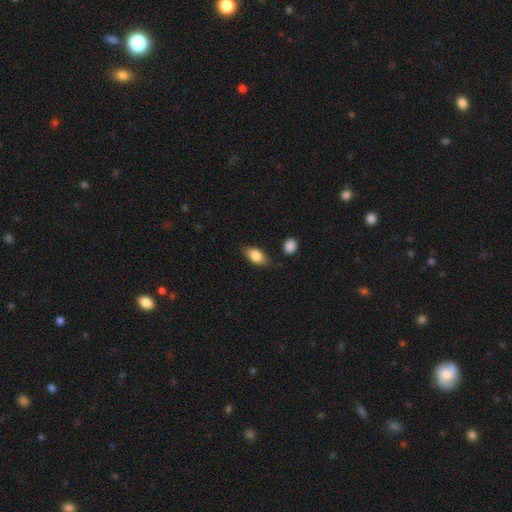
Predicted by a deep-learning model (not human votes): Smooth or featured? smooth (78%)
How rounded? in between (85%)
Merging? none (74%)